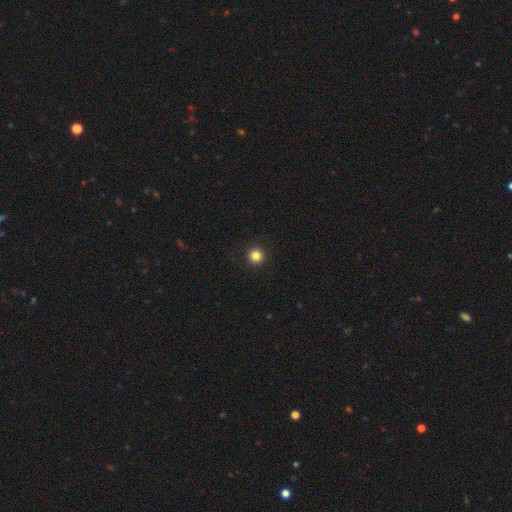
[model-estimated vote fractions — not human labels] A smooth galaxy with no disk features (84%) that is round (96%).

Vote fractions:
- Smooth or featured? smooth: 84% / star or artifact: 12% / featured or disk: 4%
- How rounded? round: 96% / in between: 3% / cigar-shaped: 1%
- Merging? none: 93% / minor disturbance: 4% / major disturbance: 2% / merger: 1%